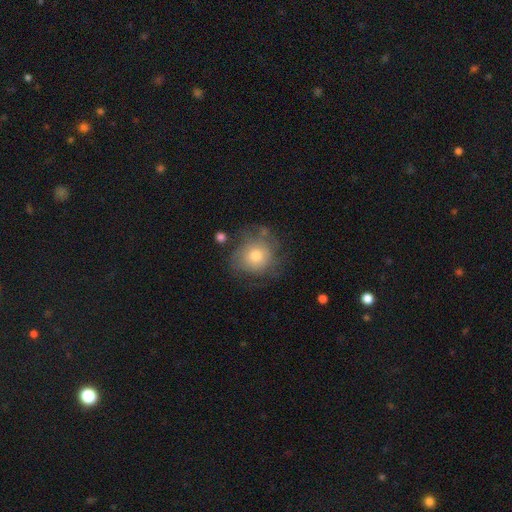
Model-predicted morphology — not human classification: smooth-or-featured: smooth: 60% | featured or disk: 31% | star or artifact: 10%
  how-rounded: round: 85% | in between: 14% | cigar-shaped: 1%
  merging: none: 63% | minor disturbance: 22% | major disturbance: 12% | merger: 3%